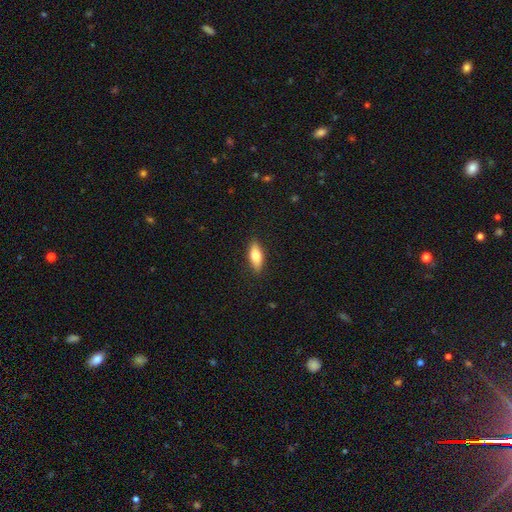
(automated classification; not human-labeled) Smooth or featured: smooth — 73% (featured or disk — 20%)
How rounded: in between — 71% (cigar-shaped — 26%)
Merging: none — 88% (minor disturbance — 9%)